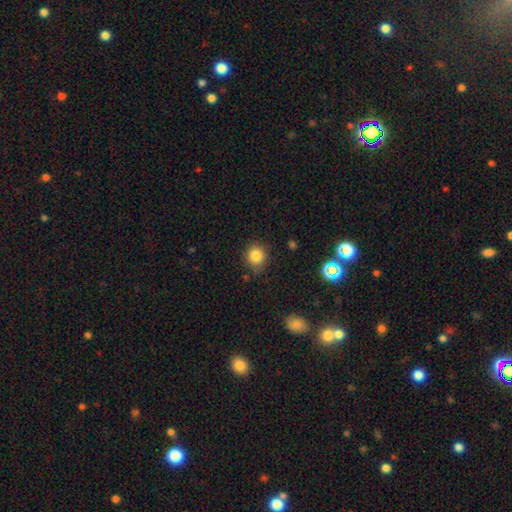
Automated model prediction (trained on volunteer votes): A smooth galaxy with no disk features (83%) that is round (86%).

Vote fractions:
- Smooth or featured? smooth: 83% / star or artifact: 12% / featured or disk: 5%
- How rounded? round: 86% / in between: 13% / cigar-shaped: 1%
- Merging? none: 81% / minor disturbance: 14% / major disturbance: 3% / merger: 2%